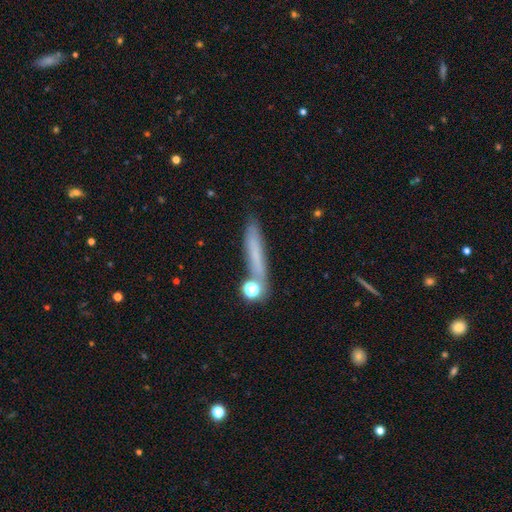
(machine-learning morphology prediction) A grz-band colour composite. It shows a smooth galaxy with no disk features (63%) that is cigar-shaped (87%). Merging: none (72%).